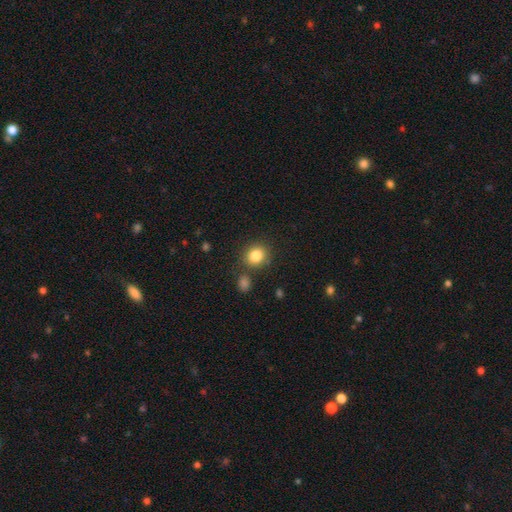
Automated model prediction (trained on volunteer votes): smooth 83%, star or artifact 10%, featured or disk 6%. Down the decision tree: how rounded — round (78%); merging — none (79%).